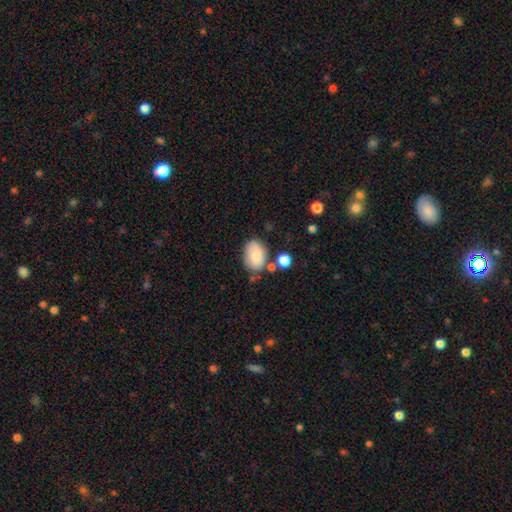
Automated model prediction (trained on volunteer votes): The model was most divided on "merging": none: 63%, minor disturbance: 21%, merger: 11%, major disturbance: 5%. More confident: how rounded — in between (81%); smooth or featured — smooth (77%).